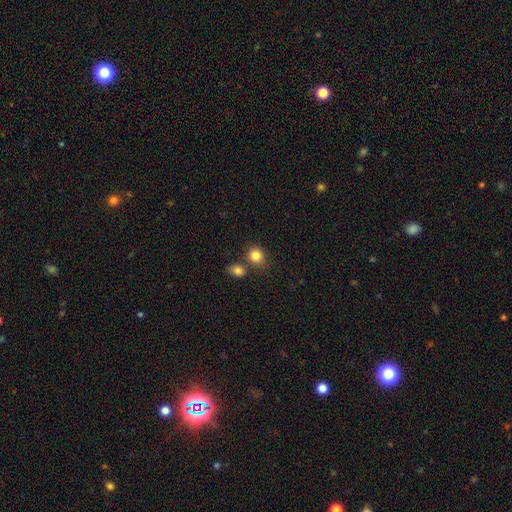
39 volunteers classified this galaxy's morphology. This is clearly a smooth galaxy (90%). How rounded: likely round (77%). Merging: likely none (61%).